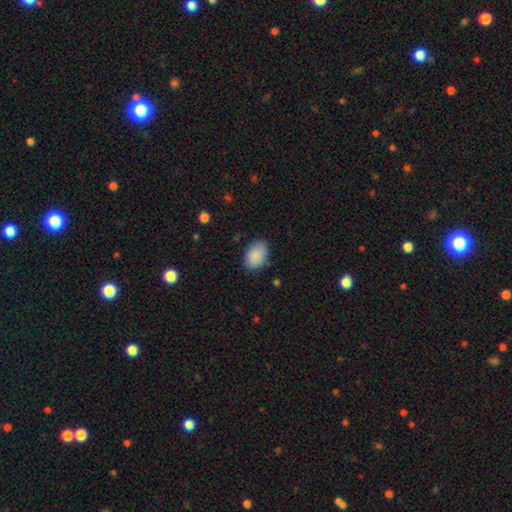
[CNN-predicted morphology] smooth-or-featured: smooth: 88% | star or artifact: 7% | featured or disk: 5%
  how-rounded: in between: 85% | round: 14% | cigar-shaped: 1%
  merging: none: 81% | minor disturbance: 14% | major disturbance: 3% | merger: 1%